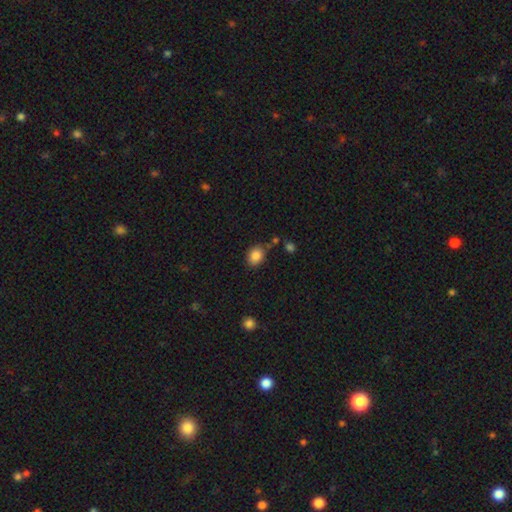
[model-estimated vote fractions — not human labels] smooth_or_featured: smooth (p=0.85) [alt: star or artifact p=0.09]
how_rounded: in between (p=0.54) [alt: round p=0.45]
merging: none (p=0.74) [alt: minor disturbance p=0.16]